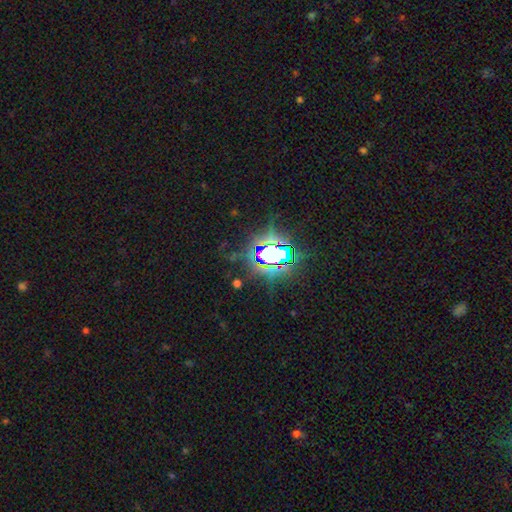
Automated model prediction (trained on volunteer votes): This is likely a star or artifact rather than a galaxy (77%).